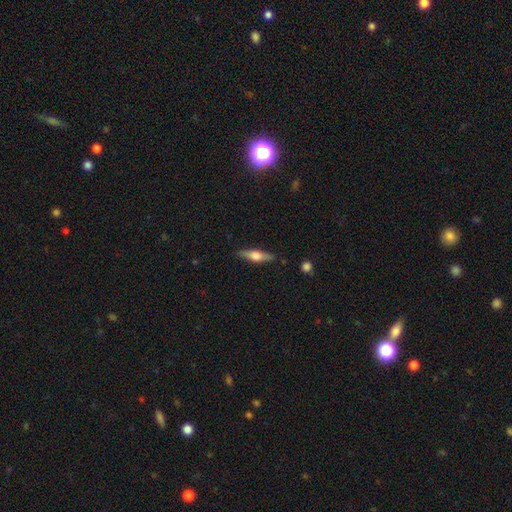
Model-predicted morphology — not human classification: Overall: featured or disk (58%; smooth 36%). Edge-on disk: yes (95%). Edge-on bulge: rounded (92%). Merging: none (87%).